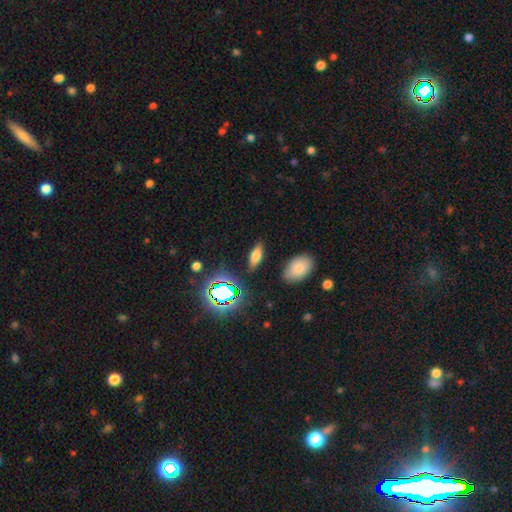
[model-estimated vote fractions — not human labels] This appears to be a smooth galaxy with no disk features (63%) that is in between round and cigar-shaped (70%). Merging: none (85%).